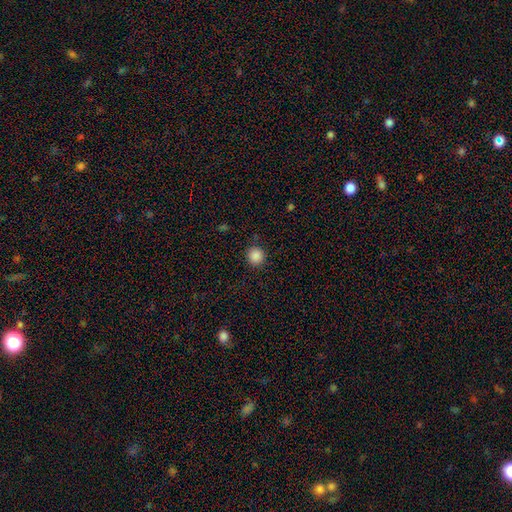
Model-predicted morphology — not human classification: type=smooth (87%); roundness=round (93%); merging=none (89%).